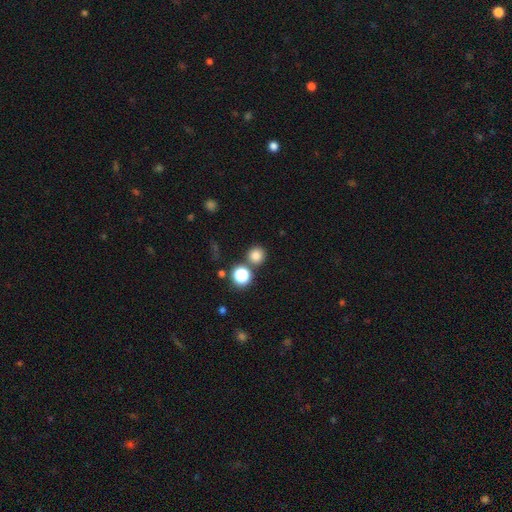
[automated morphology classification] This appears to be a smooth galaxy with no disk features (79%) that is round (92%). Merging: none (79%).